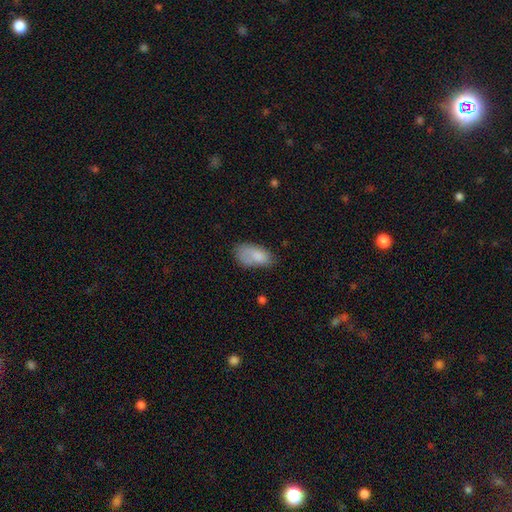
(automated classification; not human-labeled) Overall: smooth (81%). How rounded: in between (93%). Merging: none (47%; minor disturbance 33%).